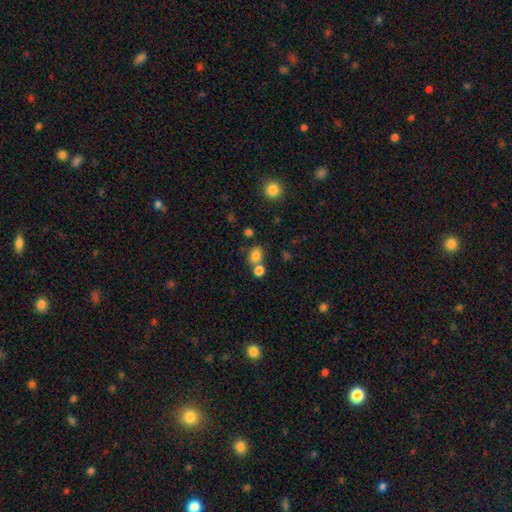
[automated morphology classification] Smooth or featured: smooth — 81% (star or artifact — 13%)
How rounded: round — 51% (in between — 48%)
Merging: none — 57% (merger — 28%)